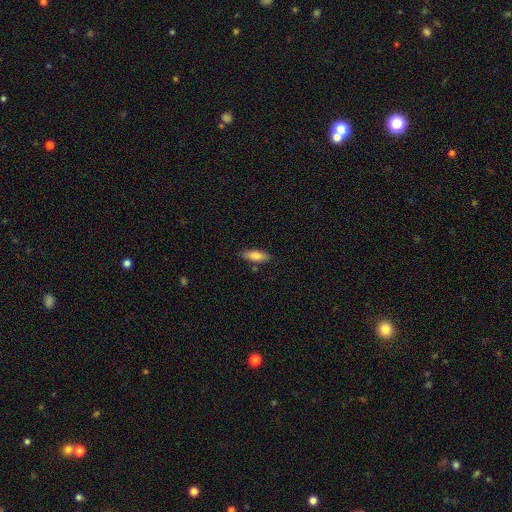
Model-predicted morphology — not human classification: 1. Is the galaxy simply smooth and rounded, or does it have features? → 80% smooth, 14% featured or disk, 6% star or artifact.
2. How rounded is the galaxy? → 58% in between, 40% cigar-shaped, 2% round.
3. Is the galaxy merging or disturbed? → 82% none, 13% minor disturbance, 3% merger, 2% major disturbance.